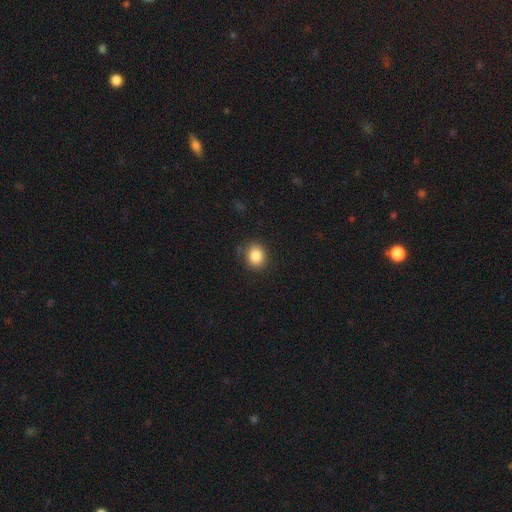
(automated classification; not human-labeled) Q: Smooth or featured?
A: smooth (85%); runner-up: star or artifact (10%)
Q: How rounded?
A: round (72%); runner-up: in between (27%)
Q: Merging?
A: none (83%); runner-up: minor disturbance (12%)